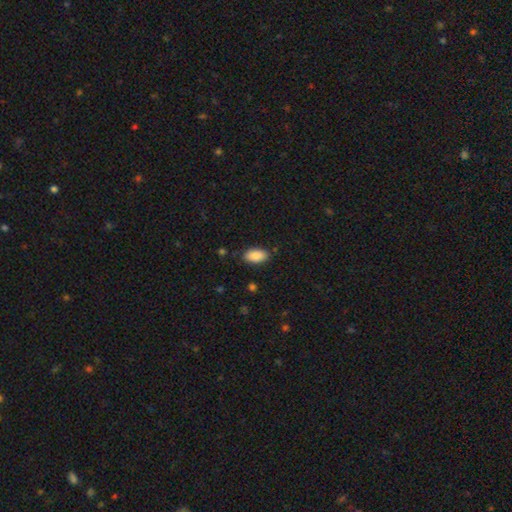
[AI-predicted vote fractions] A smooth galaxy with no disk features (89%) that is in between round and cigar-shaped (94%). Merging: none (85%).